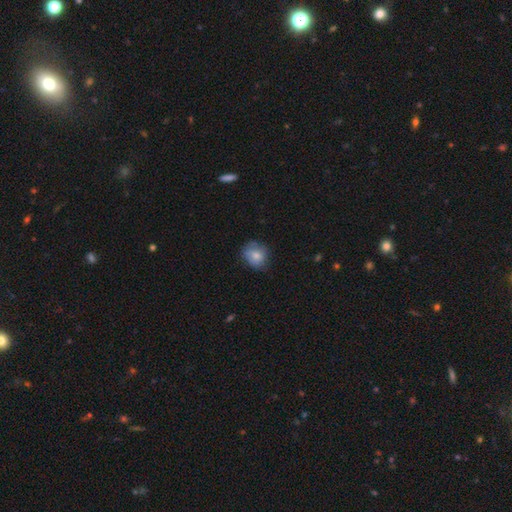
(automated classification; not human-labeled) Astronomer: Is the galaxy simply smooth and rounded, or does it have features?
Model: smooth — 68%.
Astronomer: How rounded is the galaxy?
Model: round — 66%.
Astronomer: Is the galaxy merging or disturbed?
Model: none — 63%.